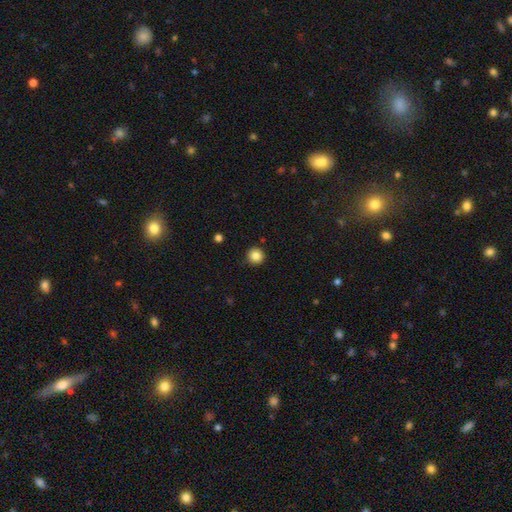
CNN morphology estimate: This is clearly a smooth galaxy (85%). How rounded: clearly round (95%). Merging: clearly none (91%).